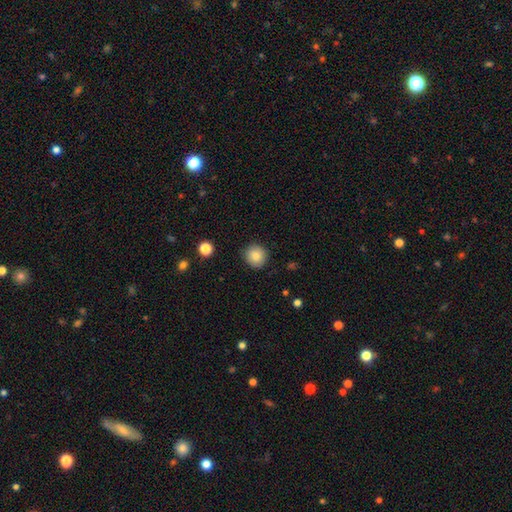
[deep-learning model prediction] Q: Smooth or featured?
A: smooth (85%); runner-up: star or artifact (9%)
Q: How rounded?
A: round (91%); runner-up: in between (8%)
Q: Merging?
A: none (89%); runner-up: minor disturbance (7%)